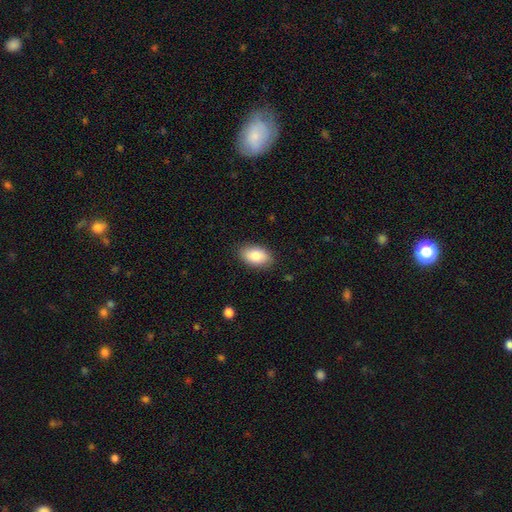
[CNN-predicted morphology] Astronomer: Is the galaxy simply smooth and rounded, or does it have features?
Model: smooth — 83%.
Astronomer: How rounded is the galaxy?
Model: in between — 92%.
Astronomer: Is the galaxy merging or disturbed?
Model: none — 86%.